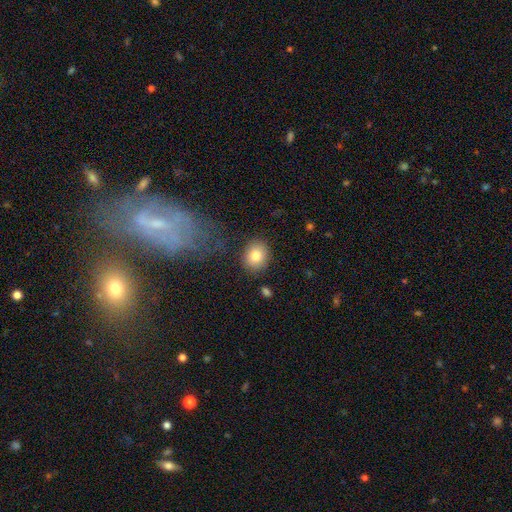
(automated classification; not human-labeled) smooth 82%, featured or disk 9%, star or artifact 9%. Down the decision tree: how rounded — round (64%); merging — none (85%).